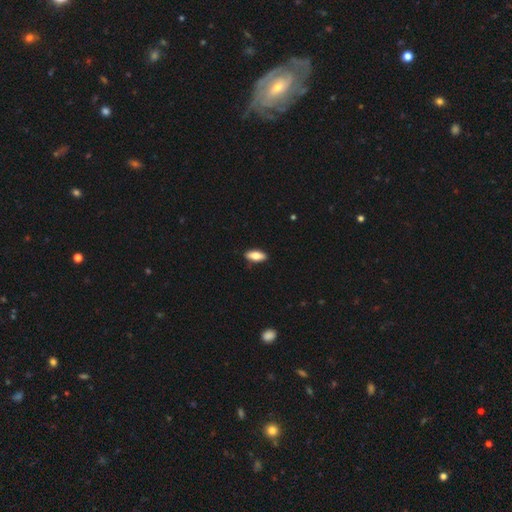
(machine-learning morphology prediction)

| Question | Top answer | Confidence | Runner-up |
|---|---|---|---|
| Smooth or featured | smooth | 77% | featured or disk (17%) |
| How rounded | in between | 81% | cigar-shaped (17%) |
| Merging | none | 89% | minor disturbance (9%) |